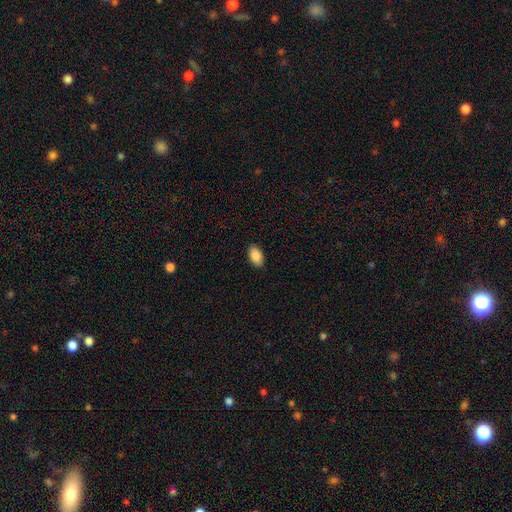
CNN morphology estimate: Smooth or featured: smooth — 88% (star or artifact — 7%)
How rounded: in between — 94% (round — 4%)
Merging: none — 90% (minor disturbance — 8%)